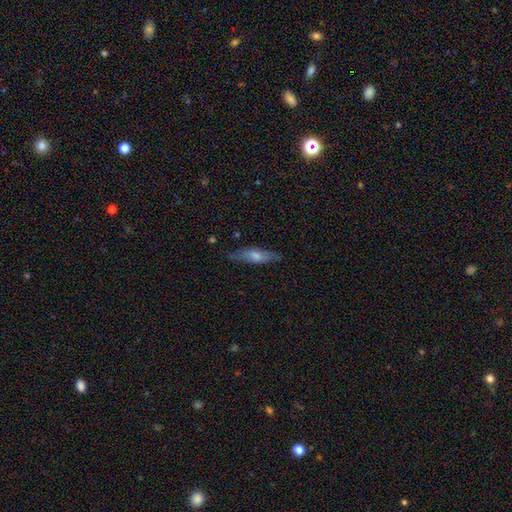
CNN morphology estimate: Smooth or featured?
  - featured or disk: 50% *
  - smooth: 42%
  - star or artifact: 8%
Merging?
  - none: 80% *
  - minor disturbance: 15%
  - major disturbance: 4%
  - merger: 1%